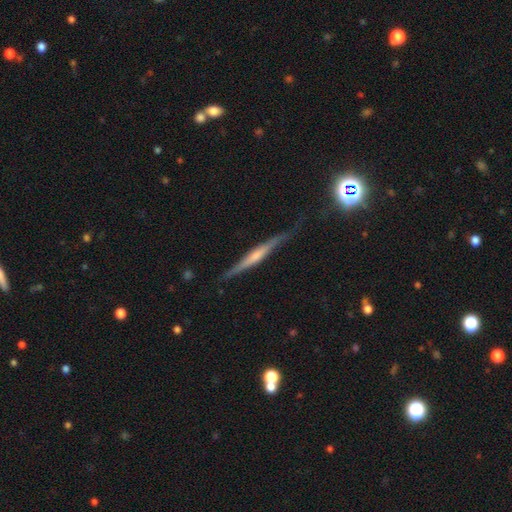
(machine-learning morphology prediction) The model was most divided on "edge-on bulge": rounded: 52%, none: 31%, boxy: 18%. More confident: edge-on disk — yes (97%); merging — none (77%); smooth or featured — featured or disk (69%).